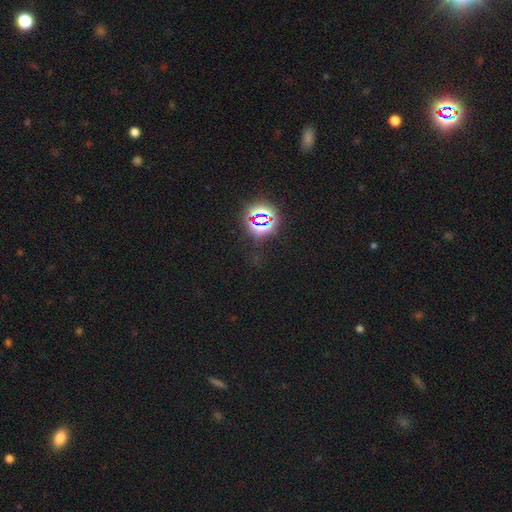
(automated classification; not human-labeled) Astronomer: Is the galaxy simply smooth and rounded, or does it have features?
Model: star or artifact — 81%.